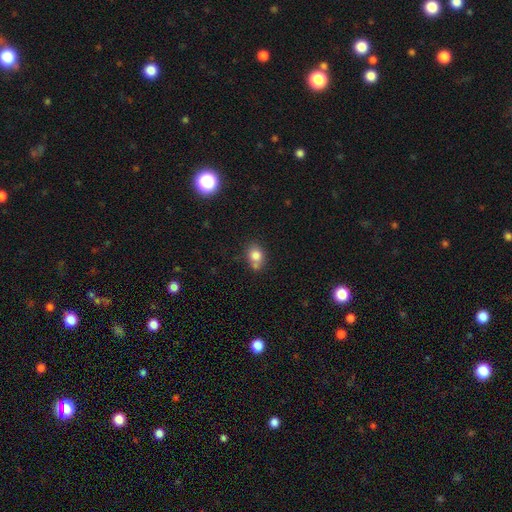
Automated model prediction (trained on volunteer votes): This is clearly a smooth galaxy (80%). How rounded: possibly round (57%). Merging: possibly none (55%).